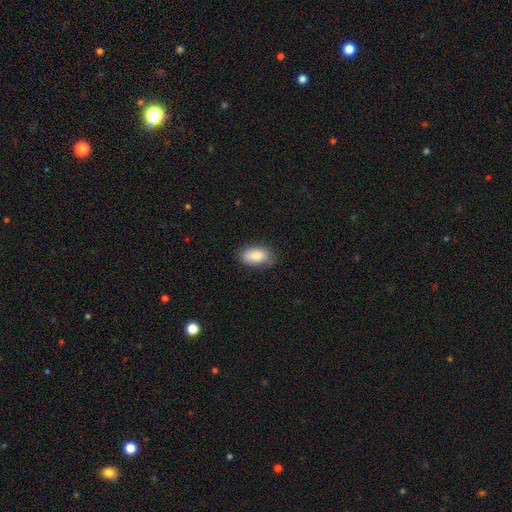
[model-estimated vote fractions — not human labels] Q: Smooth or featured?
A: smooth (87%); runner-up: featured or disk (7%)
Q: How rounded?
A: in between (93%); runner-up: round (4%)
Q: Merging?
A: none (81%); runner-up: minor disturbance (15%)